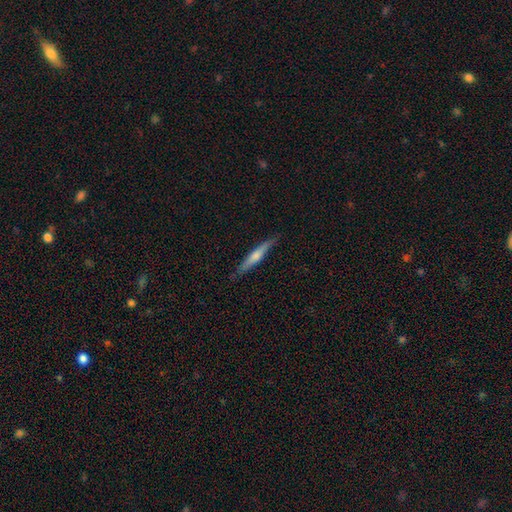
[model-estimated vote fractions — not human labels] Smooth or featured? smooth (48%)
Merging? none (85%)